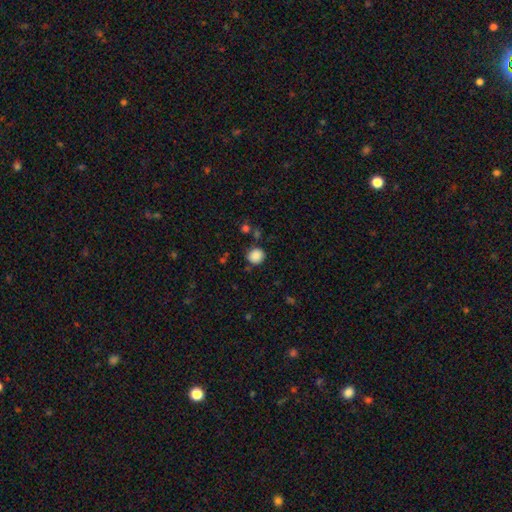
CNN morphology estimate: Smooth or featured? smooth (87%)
How rounded? round (87%)
Merging? none (83%)